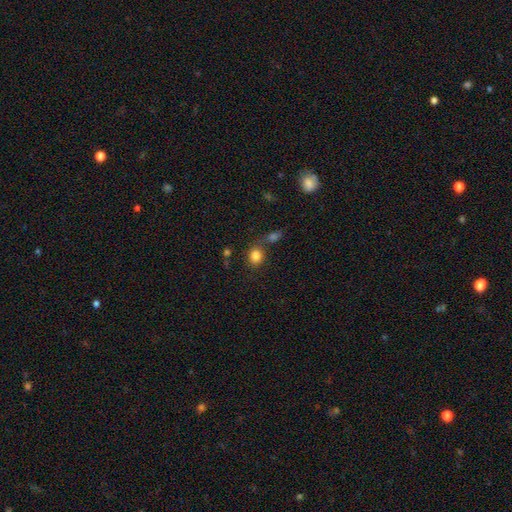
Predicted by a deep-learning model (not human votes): A smooth galaxy with no disk features (83%) that is round (65%). Merging: none (61%).